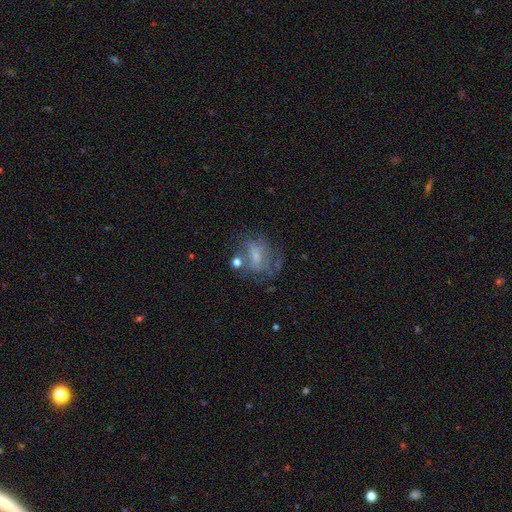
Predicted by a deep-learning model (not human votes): Q: Smooth or featured?
A: featured or disk (54%); runner-up: smooth (34%)
Q: Edge-on disk?
A: no (96%); runner-up: yes (4%)
Q: Bar?
A: no (46%); runner-up: weak (41%)
Q: Spiral arms?
A: no (53%); runner-up: yes (47%)
Q: Bulge size?
A: small (39%); runner-up: moderate (31%)
Q: Merging?
A: none (45%); runner-up: major disturbance (24%)